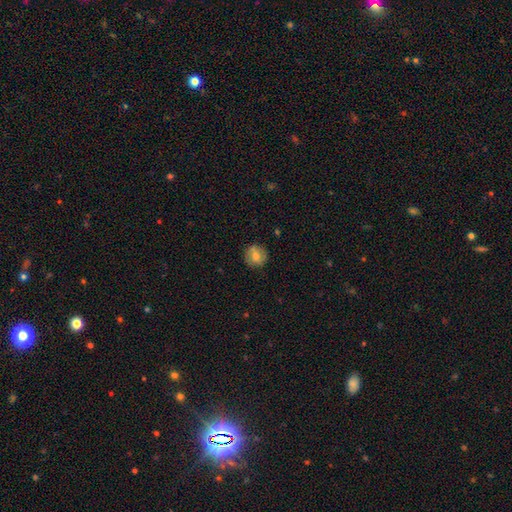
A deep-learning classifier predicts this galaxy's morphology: The model was most divided on "smooth or featured": smooth: 66%, featured or disk: 26%, star or artifact: 9%. More confident: how rounded — round (90%); merging — none (83%).